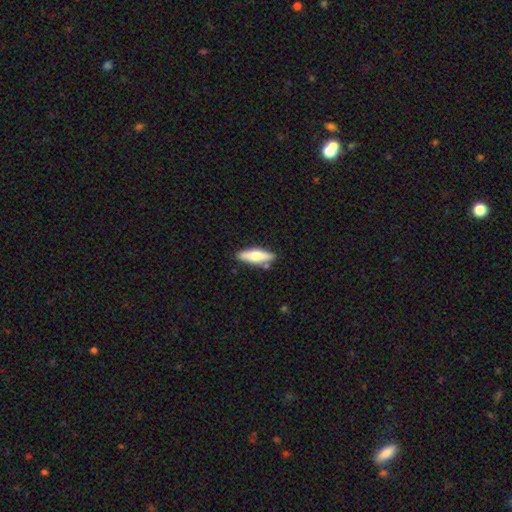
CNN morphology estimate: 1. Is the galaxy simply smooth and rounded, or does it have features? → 57% smooth, 38% featured or disk, 6% star or artifact.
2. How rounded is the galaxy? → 51% cigar-shaped, 47% in between, 2% round.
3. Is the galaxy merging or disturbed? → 80% none, 12% minor disturbance, 5% merger, 3% major disturbance.